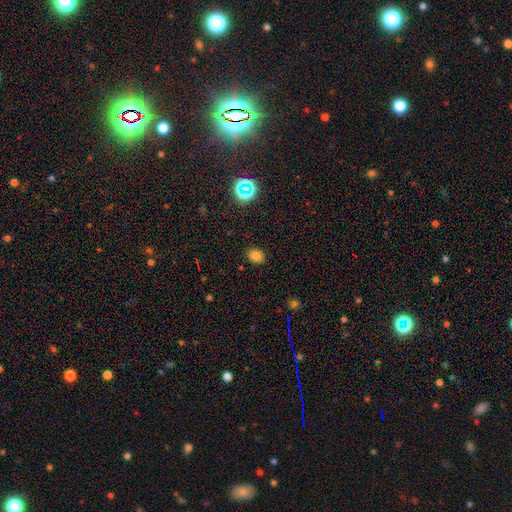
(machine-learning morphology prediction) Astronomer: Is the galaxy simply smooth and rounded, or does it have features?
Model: smooth — 80%.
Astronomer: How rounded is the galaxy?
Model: in between — 56% (runner-up: round, 43%).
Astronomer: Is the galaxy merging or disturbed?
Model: none — 88%.